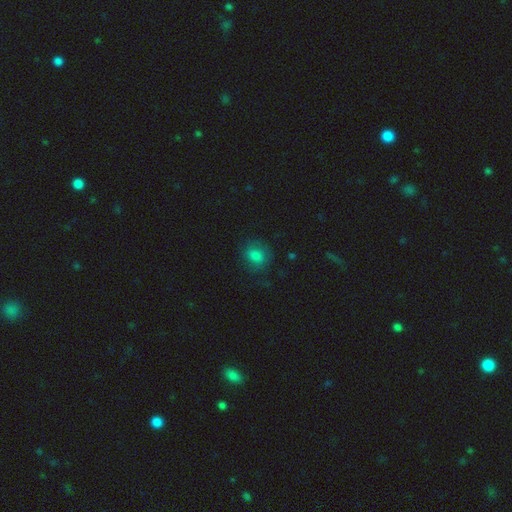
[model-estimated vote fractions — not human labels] smooth 76%, featured or disk 12%, star or artifact 12%. Down the decision tree: how rounded — round (55%); merging — none (72%).